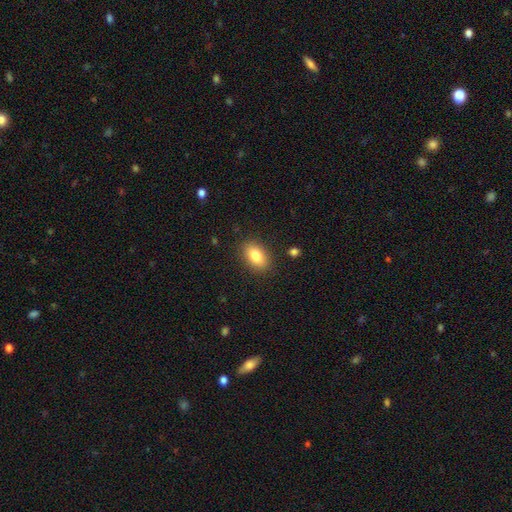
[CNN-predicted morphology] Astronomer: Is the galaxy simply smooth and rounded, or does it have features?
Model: smooth — 82%.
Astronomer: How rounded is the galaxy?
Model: in between — 85%.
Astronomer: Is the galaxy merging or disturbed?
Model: none — 87%.